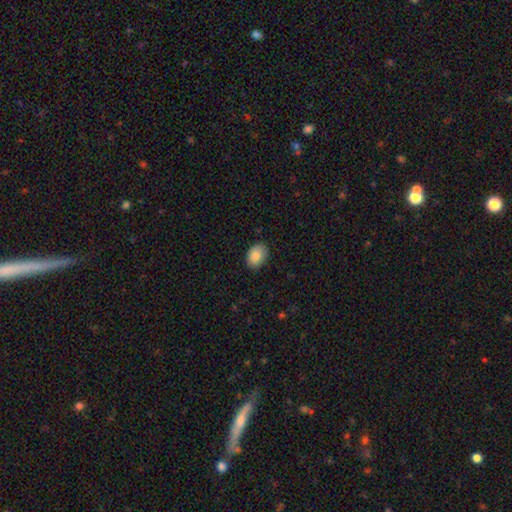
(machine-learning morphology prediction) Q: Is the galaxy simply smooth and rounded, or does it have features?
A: smooth — 86%.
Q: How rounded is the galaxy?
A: in between — 81%.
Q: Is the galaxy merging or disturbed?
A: none — 85%.